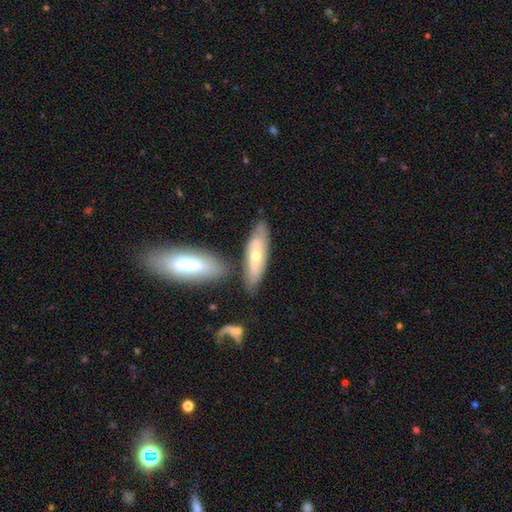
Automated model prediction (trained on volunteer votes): This appears to be a smooth galaxy with no disk features (49%). Merging: none (69%).